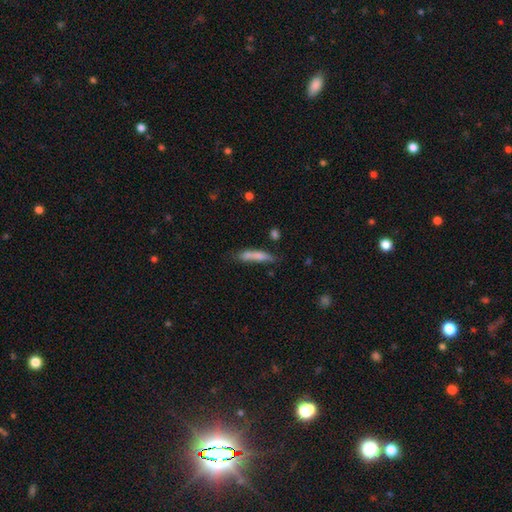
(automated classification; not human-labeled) smooth_or_featured: smooth (p=0.74) [alt: featured or disk p=0.18]
how_rounded: cigar-shaped (p=0.82) [alt: in between p=0.16]
merging: none (p=0.55) [alt: minor disturbance p=0.25]